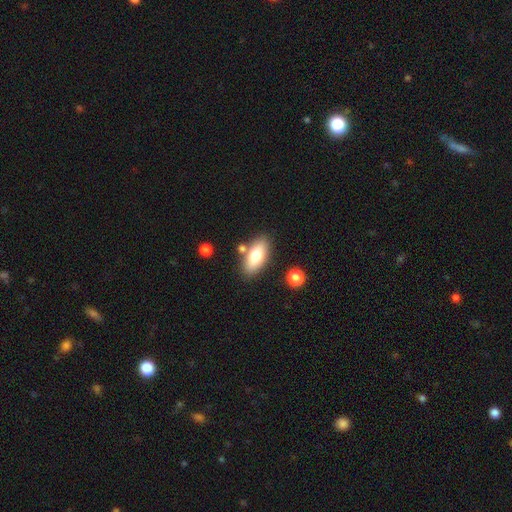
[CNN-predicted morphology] Smooth or featured?
  - smooth: 74% *
  - featured or disk: 19%
  - star or artifact: 7%
How rounded?
  - in between: 86% *
  - cigar-shaped: 11%
  - round: 3%
Merging?
  - none: 79% *
  - minor disturbance: 11%
  - merger: 8%
  - major disturbance: 3%